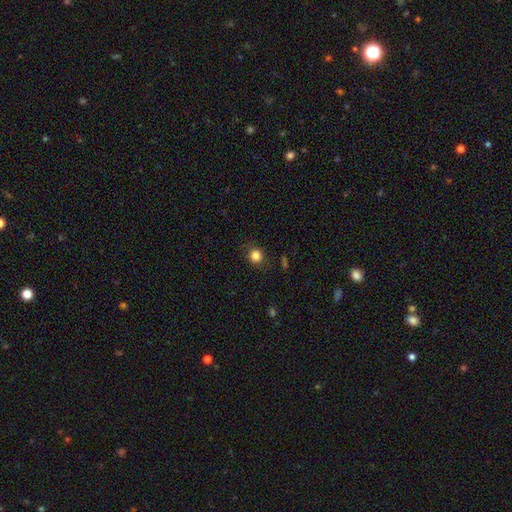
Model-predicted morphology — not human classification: smooth 82%, star or artifact 12%, featured or disk 6%. Down the decision tree: how rounded — round (88%); merging — none (82%).